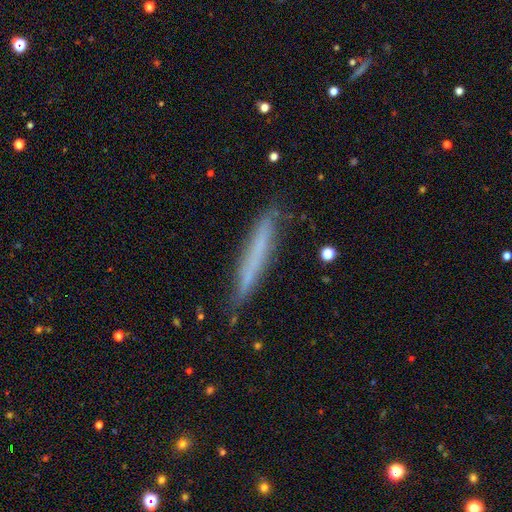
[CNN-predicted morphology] Q: Smooth or featured?
A: smooth (54%); runner-up: featured or disk (38%)
Q: How rounded?
A: cigar-shaped (95%); runner-up: in between (4%)
Q: Merging?
A: none (78%); runner-up: minor disturbance (17%)